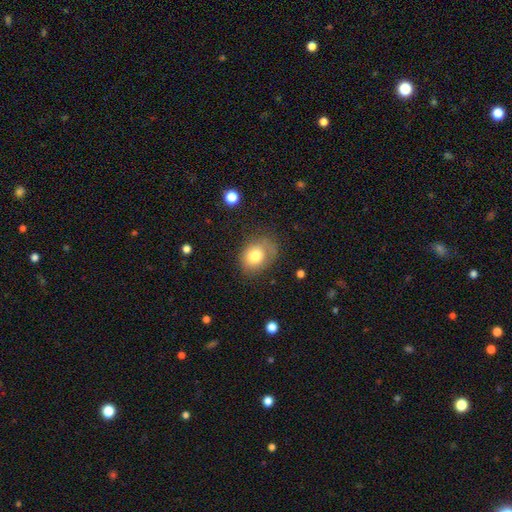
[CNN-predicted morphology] Smooth or featured?
  - smooth: 75% *
  - featured or disk: 16%
  - star or artifact: 9%
How rounded?
  - in between: 59% *
  - round: 40%
  - cigar-shaped: 1%
Merging?
  - none: 58% *
  - minor disturbance: 27%
  - major disturbance: 14%
  - merger: 2%